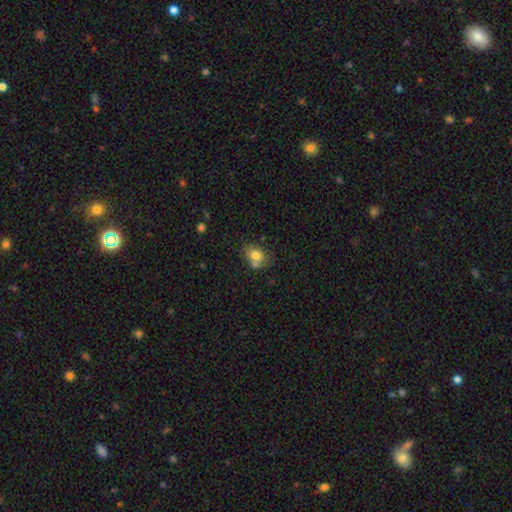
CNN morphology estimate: A smooth galaxy with no disk features (77%) that is in between round and cigar-shaped (52%). Merging: none (54%).